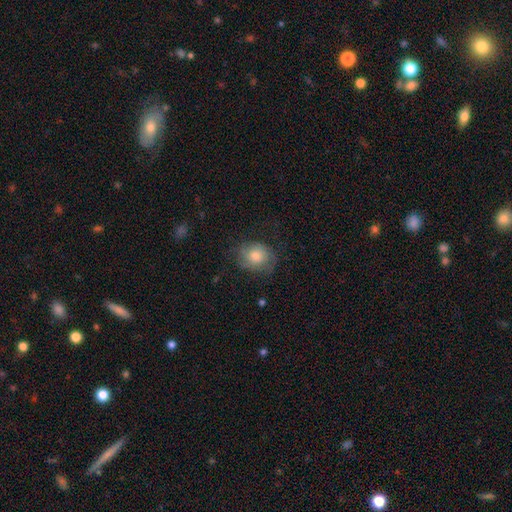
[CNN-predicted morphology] type=smooth (62%); roundness=round (68%); merging=none (64%).